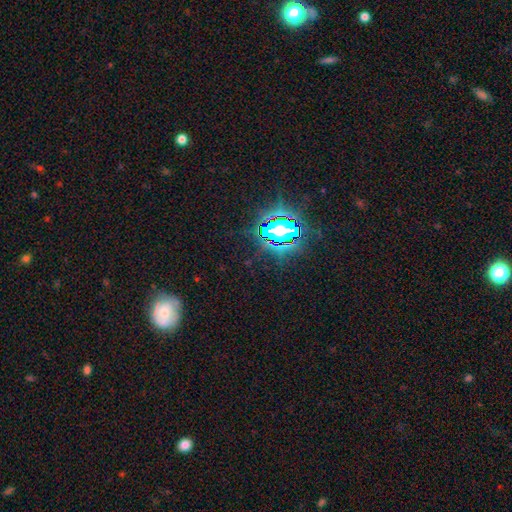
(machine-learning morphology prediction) smooth-or-featured: star or artifact: 80% | smooth: 12% | featured or disk: 8%